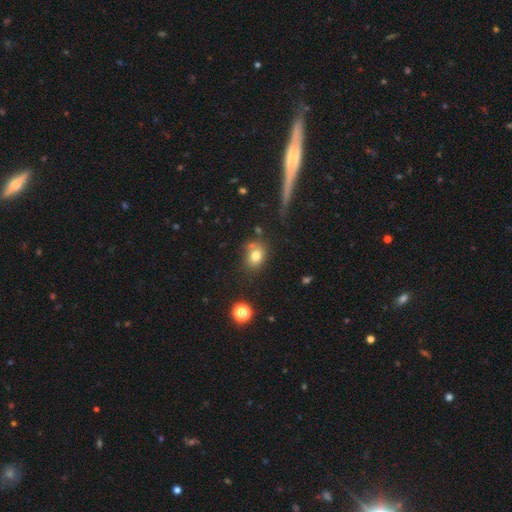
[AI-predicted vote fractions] This is likely a smooth galaxy (77%). How rounded: possibly in between (56%). Merging: likely none (65%).